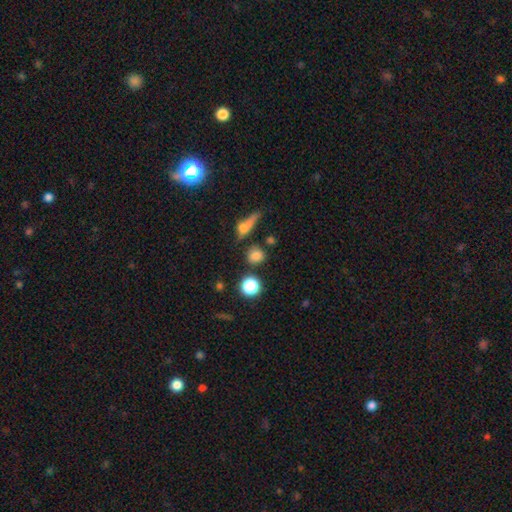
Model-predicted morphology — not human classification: The model was most divided on "how rounded": round: 70%, in between: 25%, cigar-shaped: 5%. More confident: smooth or featured — smooth (76%); merging — none (70%).